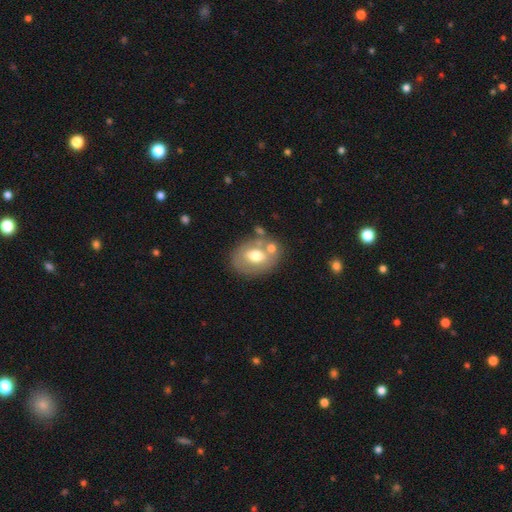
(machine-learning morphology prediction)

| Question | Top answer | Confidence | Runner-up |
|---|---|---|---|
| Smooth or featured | smooth | 55% | featured or disk (37%) |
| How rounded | in between | 62% | round (37%) |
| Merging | none | 61% | merger (17%) |